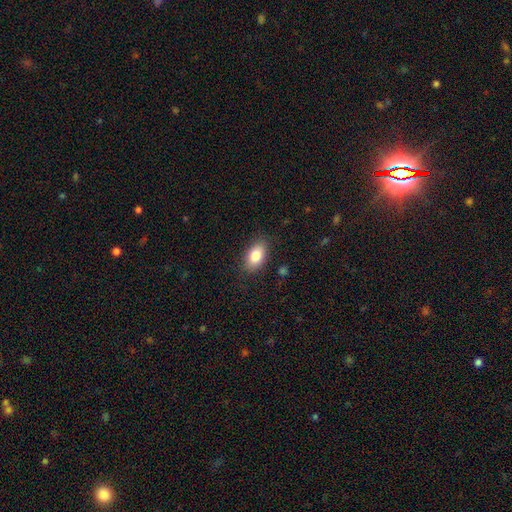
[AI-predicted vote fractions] Smooth or featured? Predicted: smooth (p=0.82). How rounded? Predicted: in between (p=0.90). Merging? Predicted: none (p=0.84).